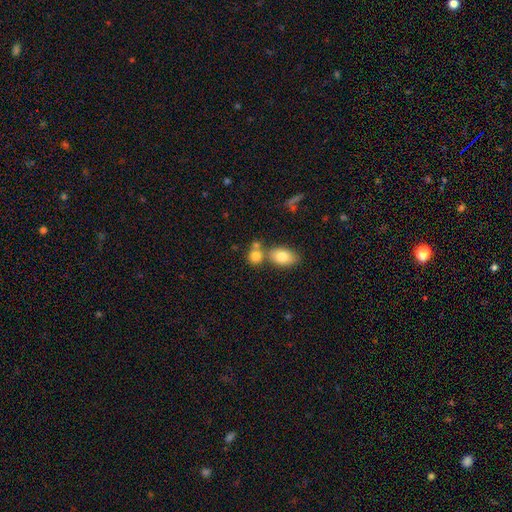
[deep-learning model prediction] This appears to be a smooth galaxy with no disk features (81%) that is round (59%). Merging: none (48%).